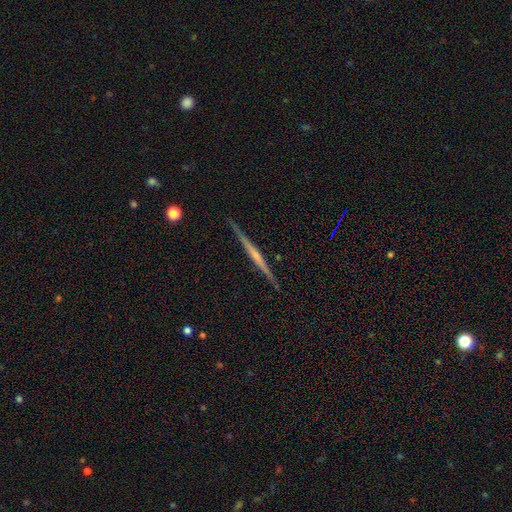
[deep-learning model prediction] Smooth or featured?
  - featured or disk: 73% *
  - smooth: 22%
  - star or artifact: 6%
Edge-on disk?
  - yes: 98% *
  - no: 2%
Edge-on bulge?
  - none: 60% *
  - rounded: 28%
  - boxy: 12%
Merging?
  - none: 90% *
  - minor disturbance: 7%
  - major disturbance: 1%
  - merger: 1%